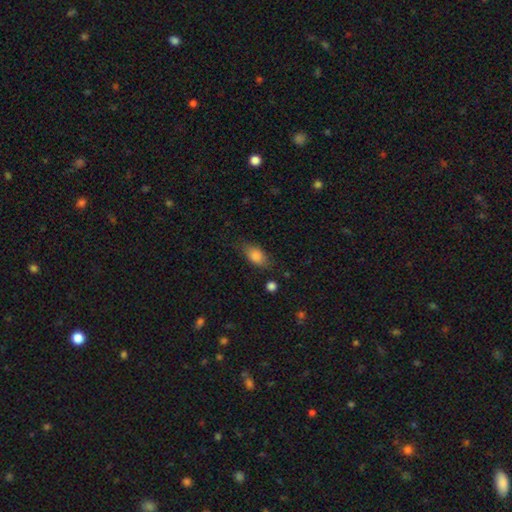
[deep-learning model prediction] Overall: smooth (83%). How rounded: in between (86%). Merging: none (72%).